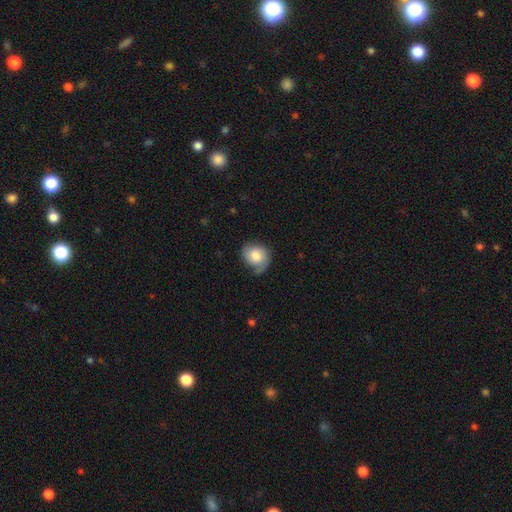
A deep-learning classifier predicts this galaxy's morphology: The model was most divided on "merging": none: 51%, minor disturbance: 33%, major disturbance: 14%, merger: 2%. More confident: how rounded — round (67%); smooth or featured — smooth (66%).